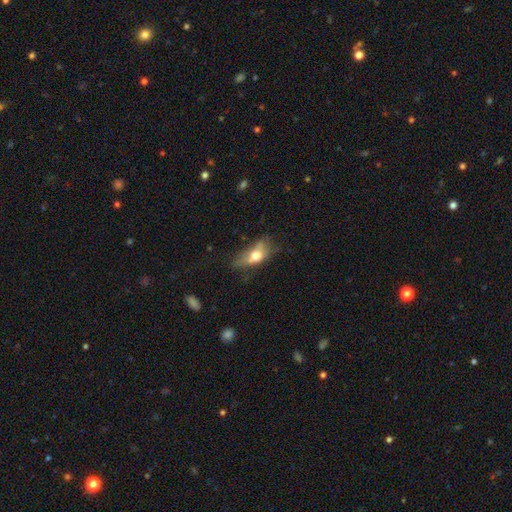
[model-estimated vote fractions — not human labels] smooth-or-featured: smooth: 63% | featured or disk: 28% | star or artifact: 9%
  how-rounded: in between: 79% | cigar-shaped: 12% | round: 9%
  merging: minor disturbance: 32% (tied) | none: 32% (tied) | major disturbance: 29% | merger: 7%